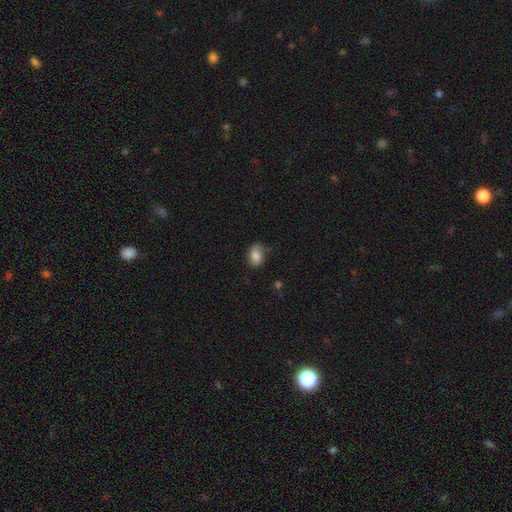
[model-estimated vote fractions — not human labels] Overall: smooth (83%). How rounded: in between (81%). Merging: none (68%).